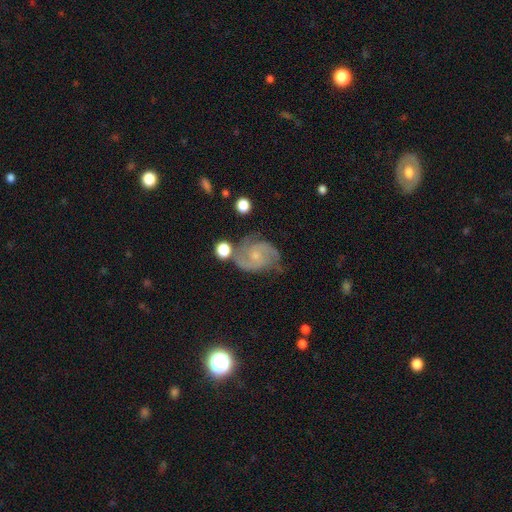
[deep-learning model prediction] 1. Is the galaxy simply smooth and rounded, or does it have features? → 84% featured or disk, 9% smooth, 6% star or artifact.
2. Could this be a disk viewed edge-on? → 98% no, 2% yes.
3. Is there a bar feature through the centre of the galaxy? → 66% no, 29% weak, 5% strong.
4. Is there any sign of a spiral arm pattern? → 96% yes, 4% no.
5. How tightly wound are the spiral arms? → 51% medium, 32% tight, 16% loose.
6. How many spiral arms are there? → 74% 2, 11% 3, 8% can't tell, 2% 1, 2% 4, 2% more than 4.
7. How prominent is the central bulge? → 71% small, 22% moderate, 4% none, 1% large, 1% dominant.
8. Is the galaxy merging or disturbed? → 64% none, 21% minor disturbance, 9% major disturbance, 6% merger.